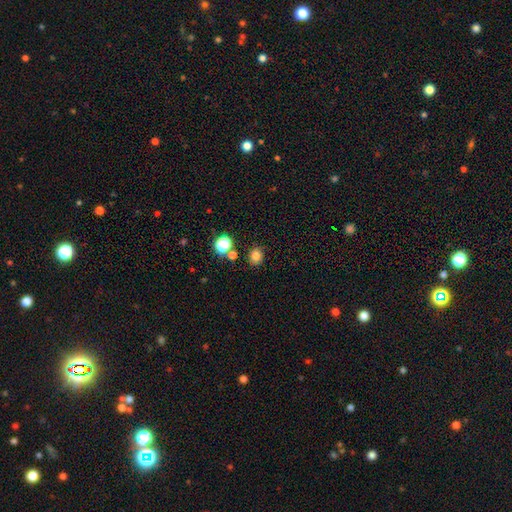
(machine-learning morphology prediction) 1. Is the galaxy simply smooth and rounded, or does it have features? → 79% smooth, 15% star or artifact, 6% featured or disk.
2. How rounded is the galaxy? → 64% round, 36% in between, 1% cigar-shaped.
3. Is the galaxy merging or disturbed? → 83% none, 9% minor disturbance, 6% merger, 3% major disturbance.